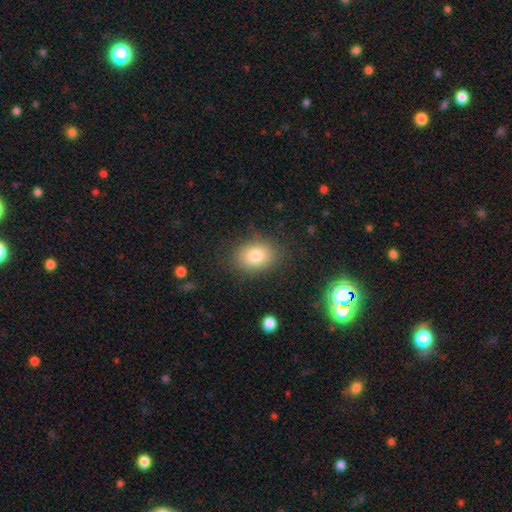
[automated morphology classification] type=smooth (80%); roundness=in between (68%); merging=none (84%).